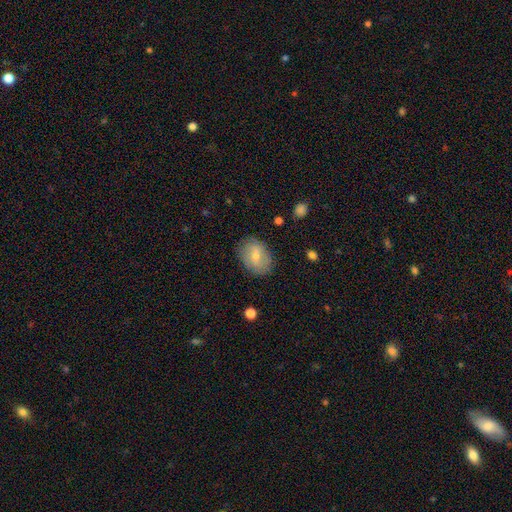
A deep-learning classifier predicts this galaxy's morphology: smooth 69%, featured or disk 24%, star or artifact 7%. Down the decision tree: how rounded — in between (74%); merging — none (80%).